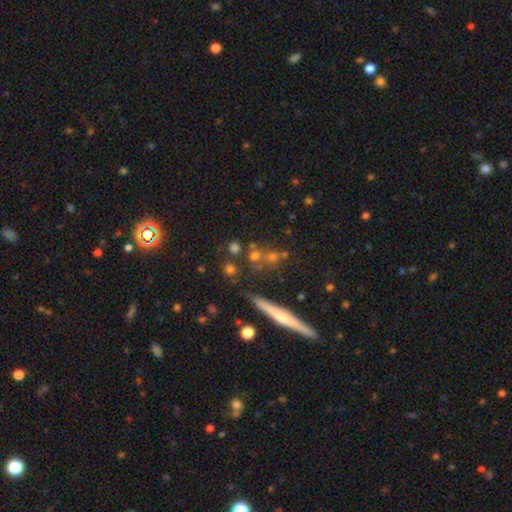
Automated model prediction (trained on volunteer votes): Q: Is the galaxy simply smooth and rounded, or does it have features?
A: smooth — 43%.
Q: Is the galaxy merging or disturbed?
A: none — 73%.